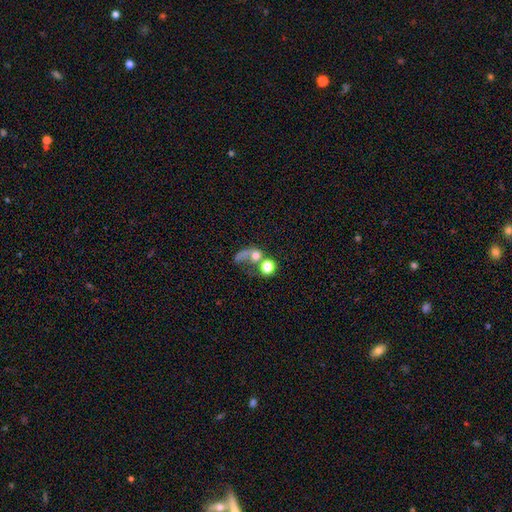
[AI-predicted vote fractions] A smooth galaxy with no disk features (57%) that is round (69%).

Vote fractions:
- Smooth or featured? smooth: 57% / featured or disk: 25% / star or artifact: 18%
- How rounded? round: 69% / in between: 28% / cigar-shaped: 3%
- Merging? merger: 43% / major disturbance: 24% / none: 24% / minor disturbance: 9%